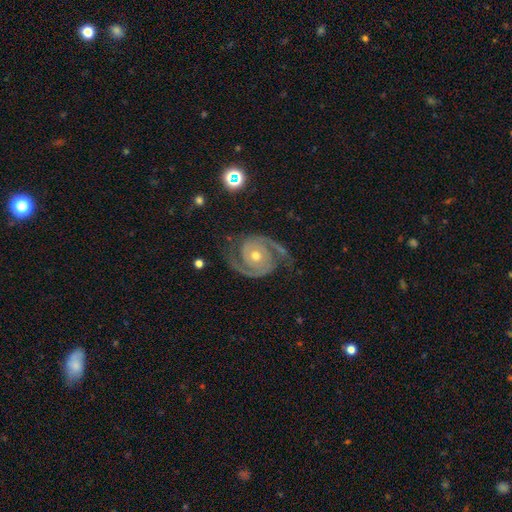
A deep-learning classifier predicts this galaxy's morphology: Smooth or featured?
  - featured or disk: 93% *
  - star or artifact: 5%
  - smooth: 3%
Edge-on disk?
  - no: 98% *
  - yes: 2%
Bar?
  - no: 73% *
  - weak: 19%
  - strong: 8%
Spiral arms?
  - yes: 99% *
  - no: 1%
Spiral winding?
  - tight: 47% *
  - medium: 46%
  - loose: 8%
Spiral arm count?
  - 2: 94% *
  - 3: 2%
  - can't tell: 1%
  - 1: 1%
  - 4: 1%
  - more than 4: 1%
Bulge size?
  - moderate: 62% *
  - small: 34%
  - large: 2%
  - none: 1%
  - dominant: 1%
Merging?
  - none: 81% *
  - minor disturbance: 13%
  - major disturbance: 4%
  - merger: 1%